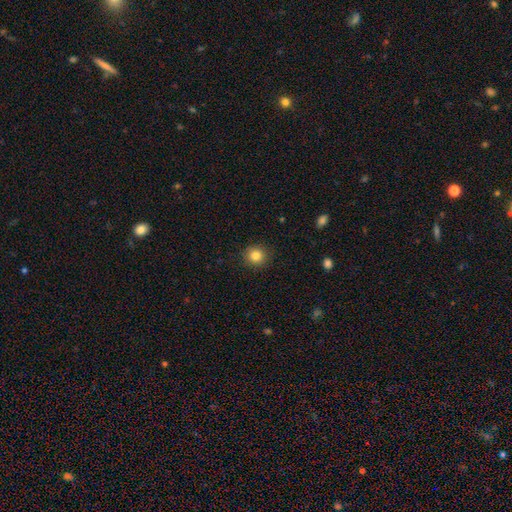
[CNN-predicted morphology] This is clearly a smooth galaxy (83%). How rounded: clearly round (92%). Merging: clearly none (91%).